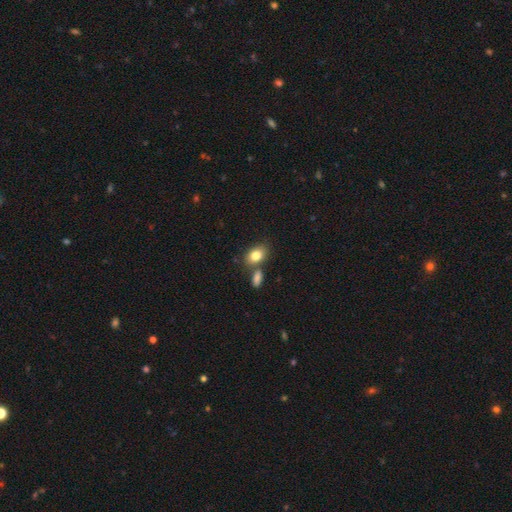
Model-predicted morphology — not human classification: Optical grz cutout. It shows a smooth galaxy with no disk features (83%) that is in between round and cigar-shaped (83%). Merging: none (60%).